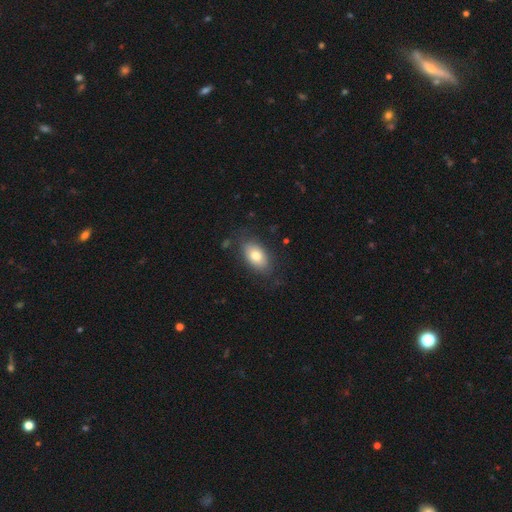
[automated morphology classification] The model was most divided on "smooth or featured": smooth: 77%, featured or disk: 16%, star or artifact: 7%. More confident: how rounded — in between (92%); merging — none (80%).